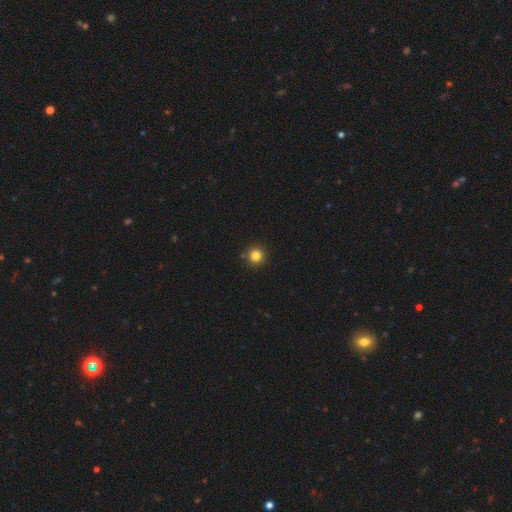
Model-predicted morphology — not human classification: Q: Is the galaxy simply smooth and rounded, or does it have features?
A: smooth — 82%.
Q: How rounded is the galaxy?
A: round — 95%.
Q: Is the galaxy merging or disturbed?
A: none — 90%.